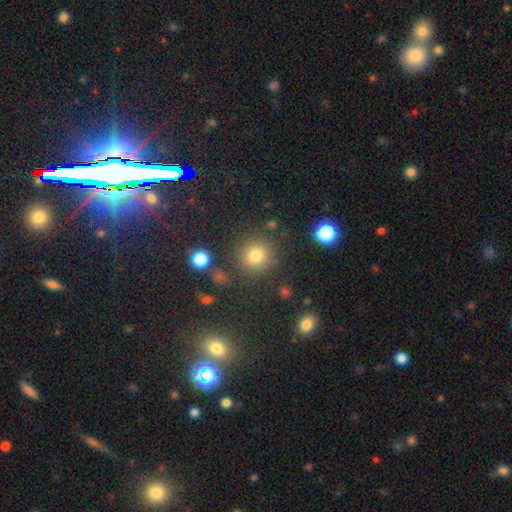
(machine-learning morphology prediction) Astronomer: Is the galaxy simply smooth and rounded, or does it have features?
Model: smooth — 76%.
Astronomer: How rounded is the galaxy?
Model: round — 91%.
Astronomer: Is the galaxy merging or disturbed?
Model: none — 82%.